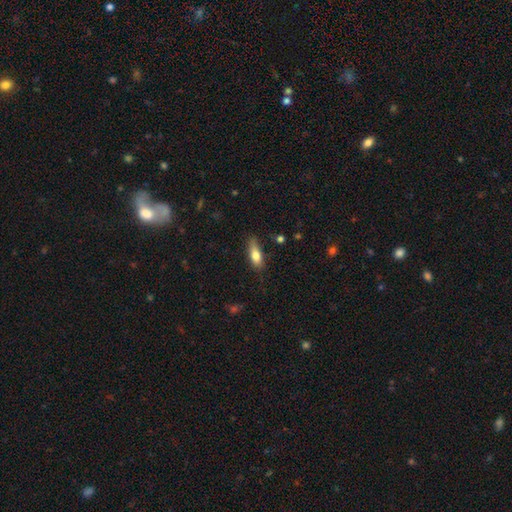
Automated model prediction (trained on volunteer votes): This appears to be a smooth galaxy with no disk features (76%) that is in between round and cigar-shaped (64%). Merging: none (69%).